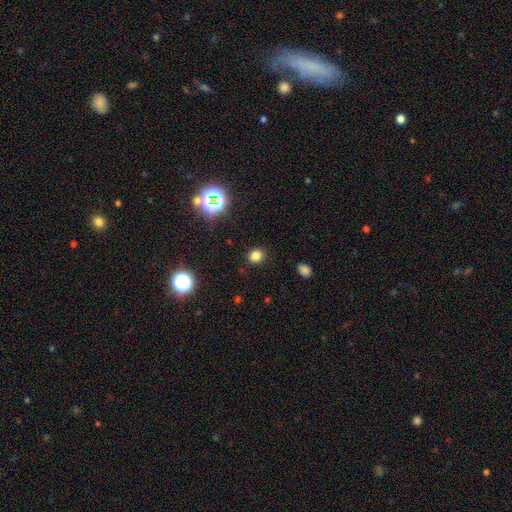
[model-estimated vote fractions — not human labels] smooth_or_featured: smooth (p=0.78) [alt: star or artifact p=0.17]
how_rounded: round (p=0.81) [alt: in between p=0.18]
merging: none (p=0.89) [alt: minor disturbance p=0.07]